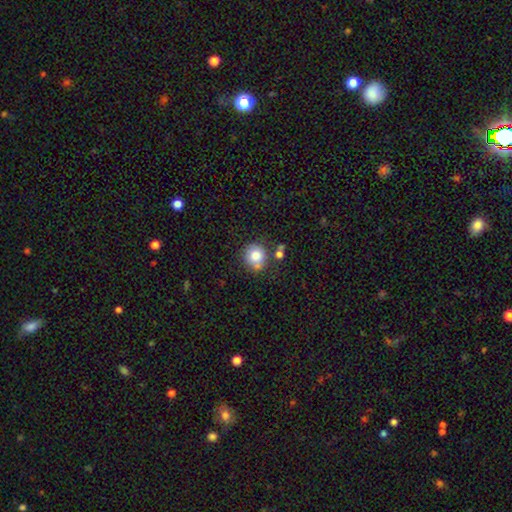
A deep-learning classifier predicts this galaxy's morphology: Smooth or featured? smooth (79%)
How rounded? round (87%)
Merging? none (68%)